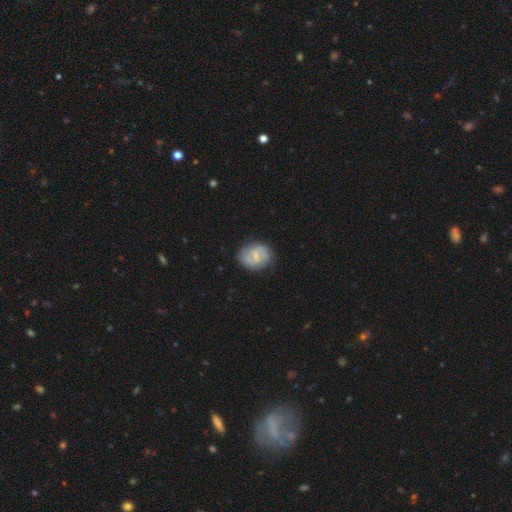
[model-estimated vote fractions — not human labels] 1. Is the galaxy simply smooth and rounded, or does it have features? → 65% featured or disk, 29% smooth, 6% star or artifact.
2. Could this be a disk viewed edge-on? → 97% no, 3% yes.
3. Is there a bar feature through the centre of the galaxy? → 57% weak, 23% strong, 20% no.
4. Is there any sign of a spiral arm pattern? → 80% yes, 20% no.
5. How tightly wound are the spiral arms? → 41% medium, 36% tight, 22% loose.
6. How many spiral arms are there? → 70% 2, 21% can't tell, 4% 3, 3% 1, 2% 4, 1% more than 4.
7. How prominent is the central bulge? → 58% small, 26% moderate, 13% none, 1% large, 1% dominant.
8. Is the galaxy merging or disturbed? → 75% none, 18% minor disturbance, 6% major disturbance, 1% merger.